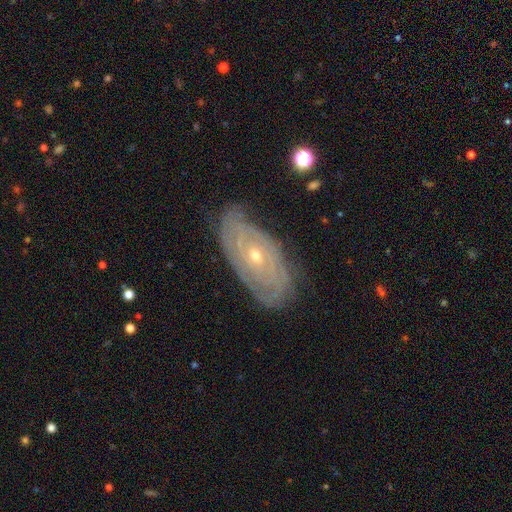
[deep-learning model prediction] featured or disk 82%, smooth 12%, star or artifact 6%. Down the decision tree: edge-on disk — no (92%); bar — no (75%); spiral arms — yes (89%); spiral arm count — can't tell (48%); spiral winding — tight (80%); bulge size — small (65%); merging — none (73%).